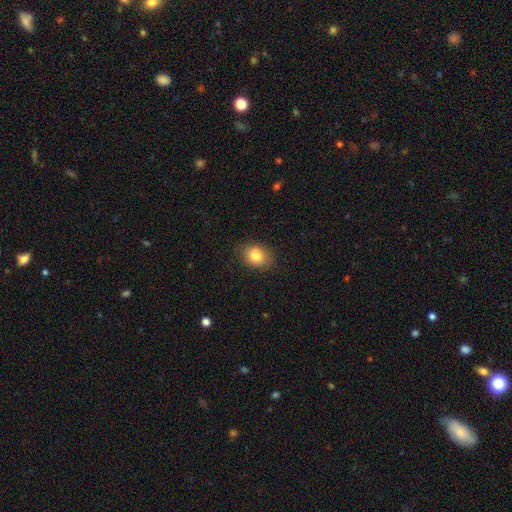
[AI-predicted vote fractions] Smooth or featured?
  - smooth: 81% *
  - star or artifact: 10%
  - featured or disk: 9%
How rounded?
  - in between: 54% *
  - round: 45%
  - cigar-shaped: 1%
Merging?
  - none: 84% *
  - minor disturbance: 12%
  - major disturbance: 3%
  - merger: 1%